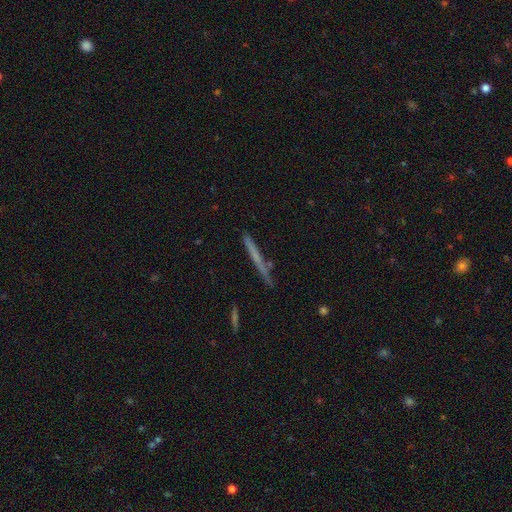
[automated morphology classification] This appears to be a smooth galaxy with no disk features (47%). Merging: none (84%).